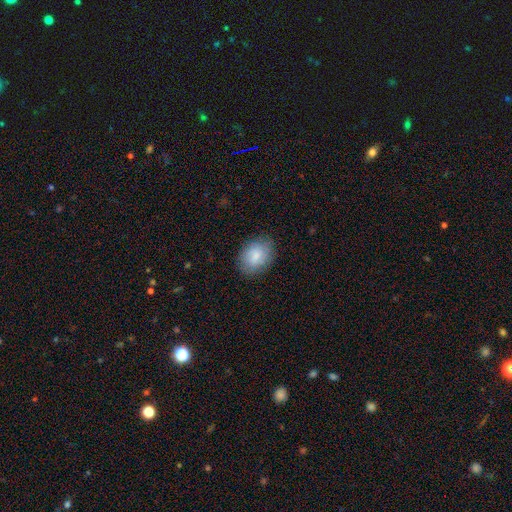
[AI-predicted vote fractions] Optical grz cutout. It shows a smooth galaxy with no disk features (80%) that is in between round and cigar-shaped (73%). Merging: none (81%).